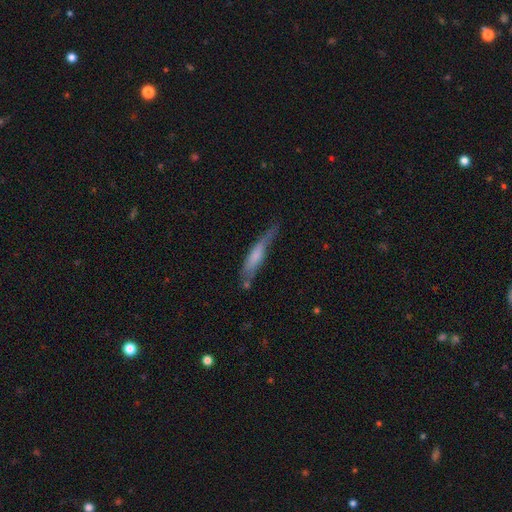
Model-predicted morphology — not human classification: The model was most divided on "smooth or featured": smooth: 54%, featured or disk: 39%, star or artifact: 6%. More confident: how rounded — cigar-shaped (86%); merging — none (51%).